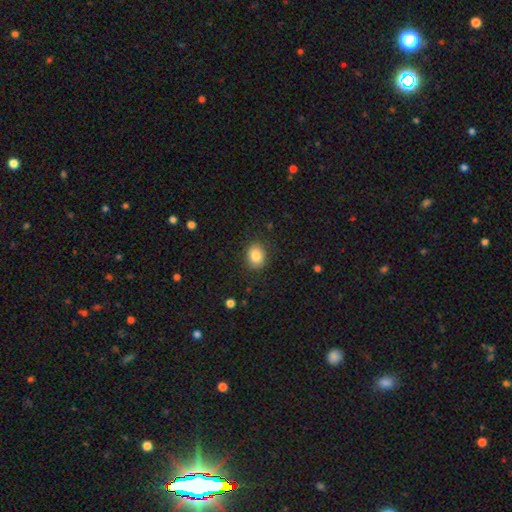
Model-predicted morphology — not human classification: Smooth or featured? smooth (84%)
How rounded? in between (53%)
Merging? none (87%)